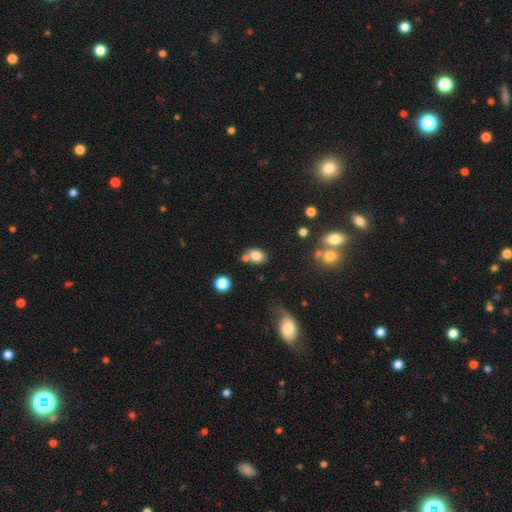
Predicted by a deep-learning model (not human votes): A smooth galaxy with no disk features (80%) that is in between round and cigar-shaped (69%).

Vote fractions:
- Smooth or featured? smooth: 80% / star or artifact: 11% / featured or disk: 9%
- How rounded? in between: 69% / round: 30% / cigar-shaped: 1%
- Merging? none: 53% / merger: 26% / minor disturbance: 15% / major disturbance: 5%